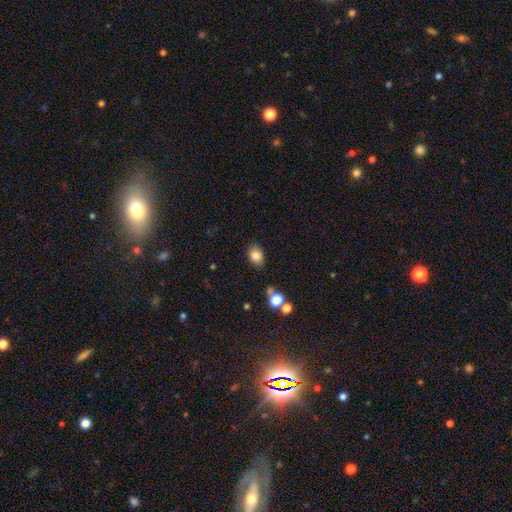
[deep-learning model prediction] Smooth or featured? Predicted: smooth (p=0.83). How rounded? Predicted: in between (p=0.69). Merging? Predicted: none (p=0.80).